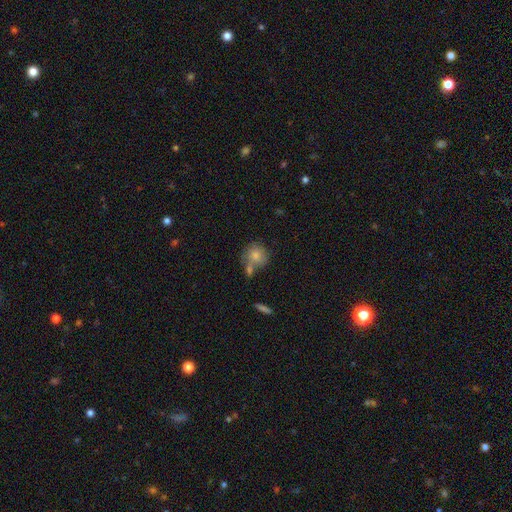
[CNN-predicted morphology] smooth-or-featured: smooth: 78% | featured or disk: 13% | star or artifact: 9%
  how-rounded: round: 83% | in between: 15% | cigar-shaped: 1%
  merging: none: 51% | merger: 30% | minor disturbance: 14% | major disturbance: 5%